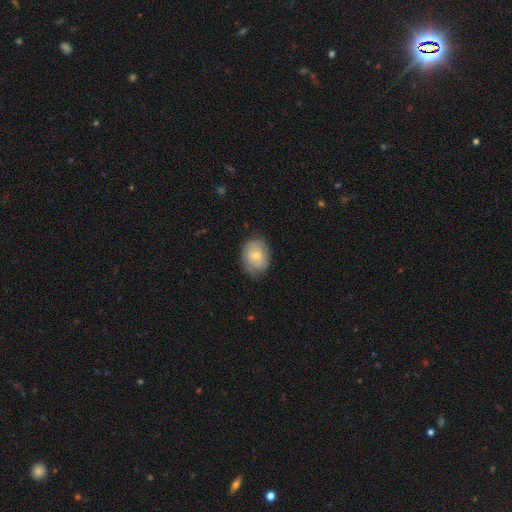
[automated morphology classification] A smooth galaxy with no disk features (55%) that is in between round and cigar-shaped (66%).

Vote fractions:
- Smooth or featured? smooth: 55% / featured or disk: 38% / star or artifact: 7%
- How rounded? in between: 66% / round: 33% / cigar-shaped: 1%
- Merging? none: 64% / minor disturbance: 27% / major disturbance: 7% / merger: 1%